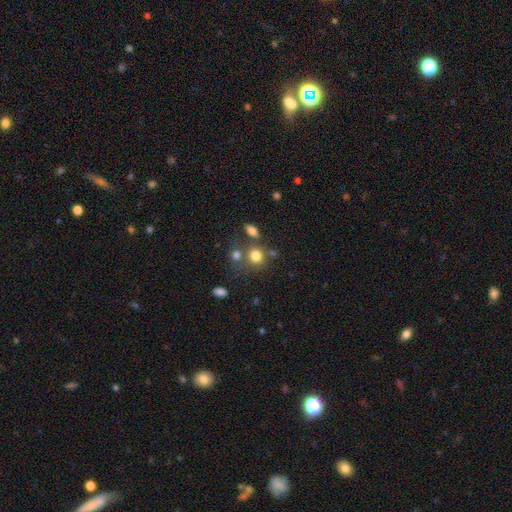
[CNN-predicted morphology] smooth 77%, star or artifact 13%, featured or disk 9%. Down the decision tree: how rounded — round (78%); merging — none (58%).